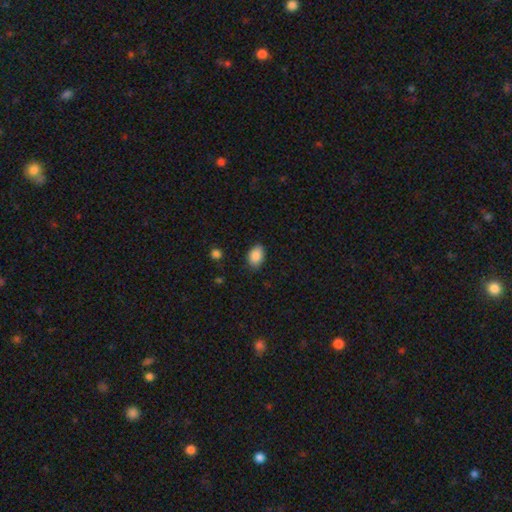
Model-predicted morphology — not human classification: A smooth galaxy with no disk features (88%) that is in between round and cigar-shaped (85%).

Vote fractions:
- Smooth or featured? smooth: 88% / star or artifact: 8% / featured or disk: 4%
- How rounded? in between: 85% / round: 14% / cigar-shaped: 1%
- Merging? none: 81% / minor disturbance: 15% / major disturbance: 3% / merger: 1%